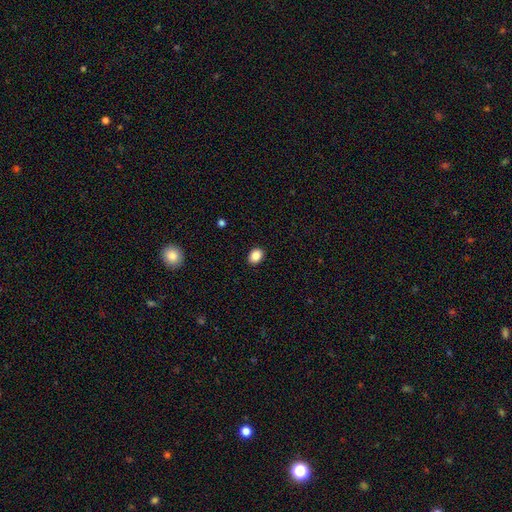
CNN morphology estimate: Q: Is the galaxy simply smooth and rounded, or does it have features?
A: smooth — 88%.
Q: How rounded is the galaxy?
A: in between — 61%.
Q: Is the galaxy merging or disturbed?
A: none — 91%.